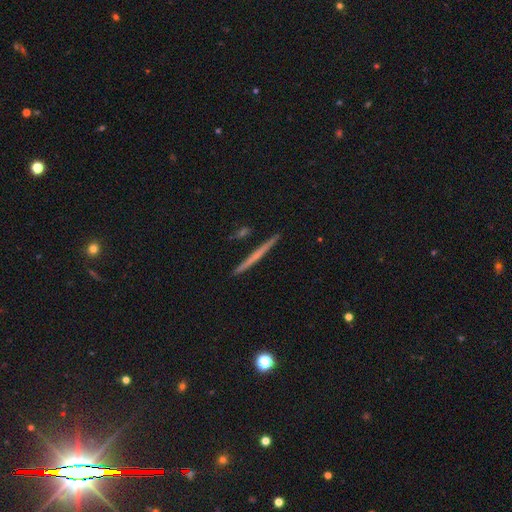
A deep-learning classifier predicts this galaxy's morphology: Q: Smooth or featured?
A: featured or disk (51%); runner-up: smooth (43%)
Q: Edge-on disk?
A: yes (98%); runner-up: no (2%)
Q: Edge-on bulge?
A: none (87%); runner-up: rounded (9%)
Q: Merging?
A: none (92%); runner-up: minor disturbance (5%)